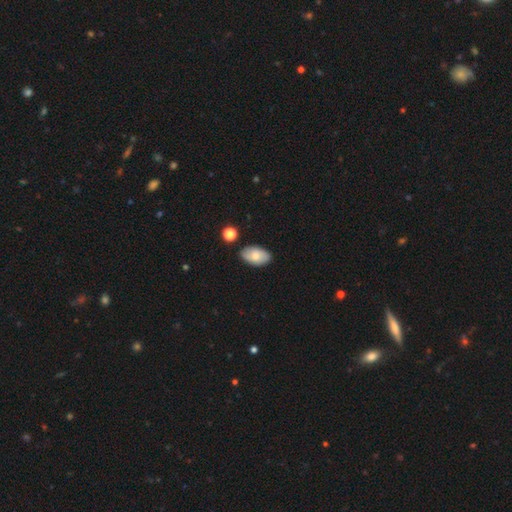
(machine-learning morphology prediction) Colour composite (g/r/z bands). It shows a smooth galaxy with no disk features (75%) that is in between round and cigar-shaped (94%). Merging: none (81%).